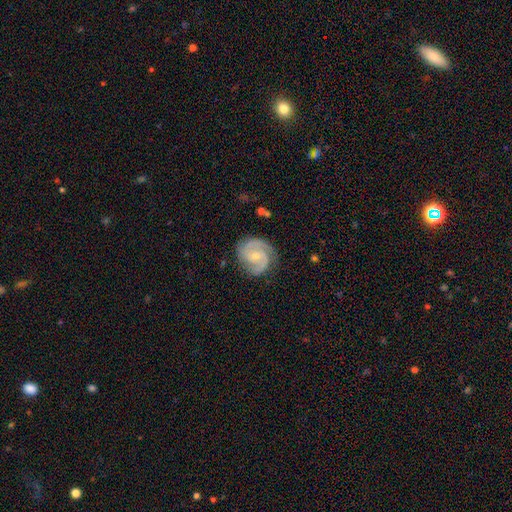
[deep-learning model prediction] Smooth or featured? featured or disk (87%)
Edge-on disk? no (98%)
Bar? no (62%)
Spiral arms? yes (98%)
Spiral winding? tight (46%)
Spiral arm count? 2 (59%)
Bulge size? small (67%)
Merging? none (77%)